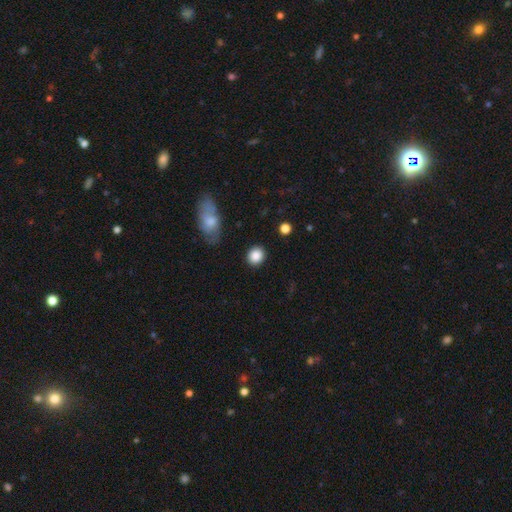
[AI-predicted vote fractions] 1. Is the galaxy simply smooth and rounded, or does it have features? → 88% smooth, 8% star or artifact, 4% featured or disk.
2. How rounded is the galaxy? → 78% round, 20% in between, 1% cigar-shaped.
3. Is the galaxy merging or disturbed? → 87% none, 8% minor disturbance, 3% major disturbance, 2% merger.